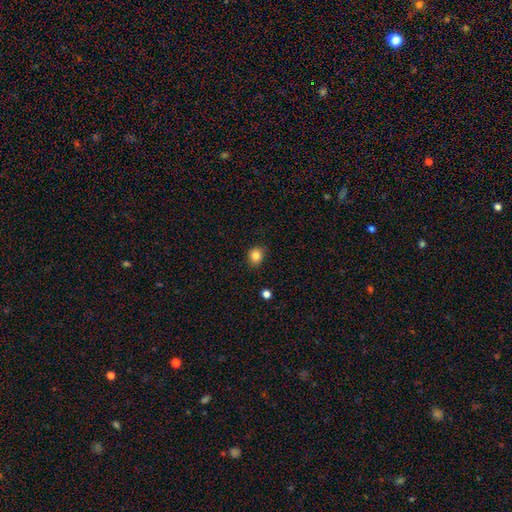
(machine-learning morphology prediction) type=smooth (84%); roundness=round (69%); merging=none (84%).